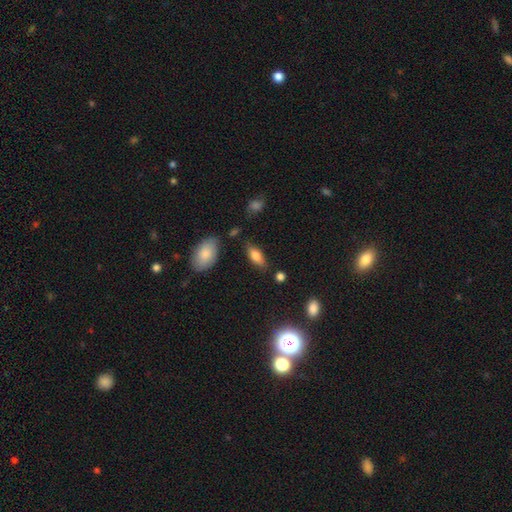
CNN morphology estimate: smooth-or-featured: smooth: 74% | featured or disk: 18% | star or artifact: 8%
  how-rounded: in between: 80% | cigar-shaped: 18% | round: 3%
  merging: none: 79% | minor disturbance: 14% | merger: 4% | major disturbance: 3%